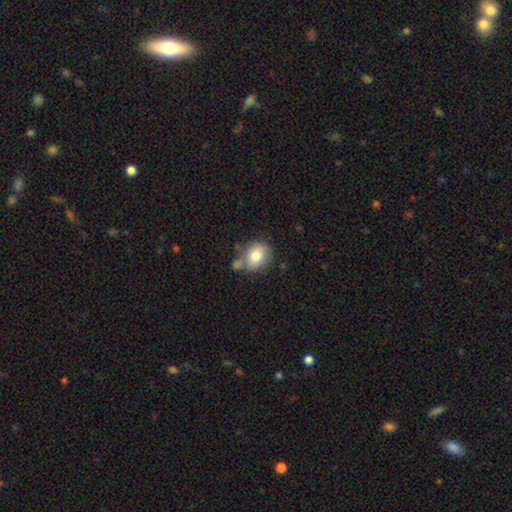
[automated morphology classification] The model was most divided on "how rounded": round: 57%, in between: 42%, cigar-shaped: 1%. More confident: smooth or featured — smooth (77%); merging — none (57%).